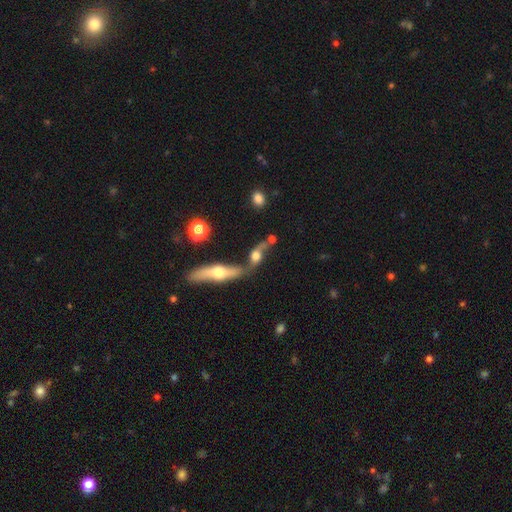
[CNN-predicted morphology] A featured or disk galaxy (58%).

Vote fractions:
- Smooth or featured? featured or disk: 58% / smooth: 31% / star or artifact: 11%
- Edge-on disk? no: 62% / yes: 38%
- Merging? merger: 47% / none: 33% / minor disturbance: 11% / major disturbance: 9%